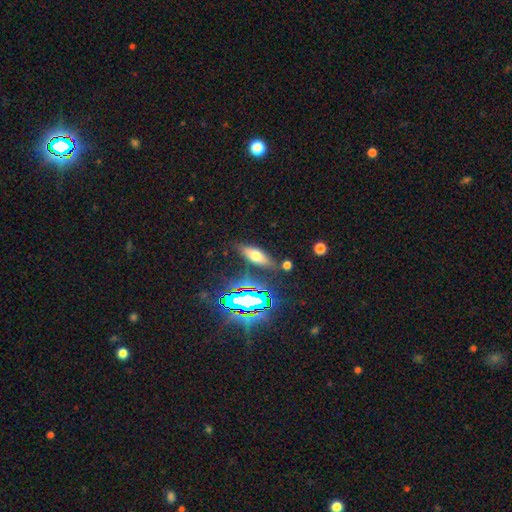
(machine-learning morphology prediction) Smooth or featured: smooth — 56% (star or artifact — 23%)
How rounded: in between — 62% (cigar-shaped — 32%)
Merging: none — 81% (minor disturbance — 11%)